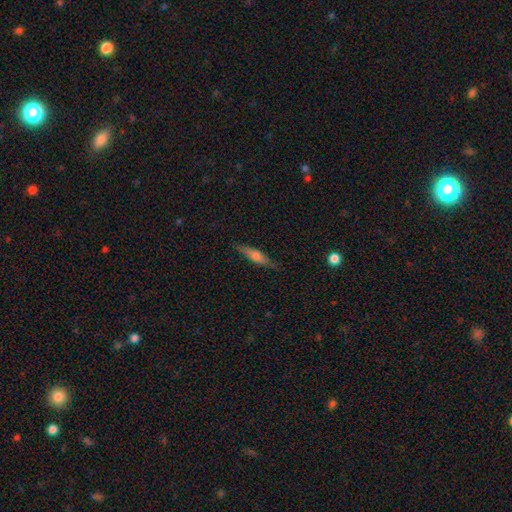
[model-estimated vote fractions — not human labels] smooth_or_featured: smooth (p=0.49) [alt: featured or disk p=0.44]
merging: none (p=0.81) [alt: minor disturbance p=0.15]